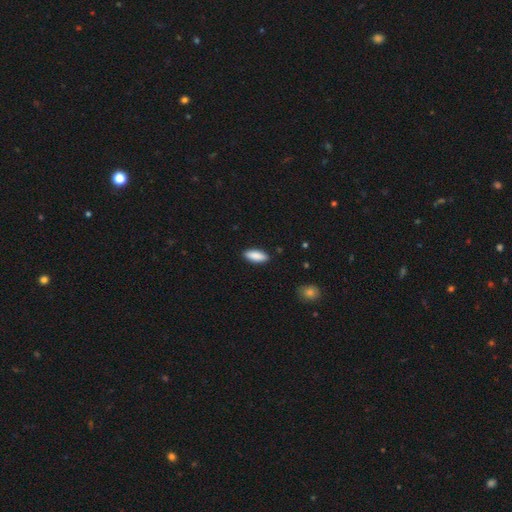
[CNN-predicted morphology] Smooth or featured: smooth — 89% (star or artifact — 6%)
How rounded: in between — 75% (cigar-shaped — 23%)
Merging: none — 89% (minor disturbance — 8%)